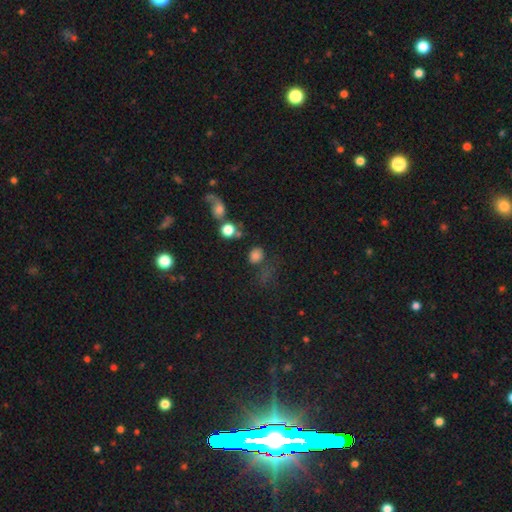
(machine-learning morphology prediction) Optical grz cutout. It shows a smooth galaxy with no disk features (75%) that is round (65%). Merging: none (58%).